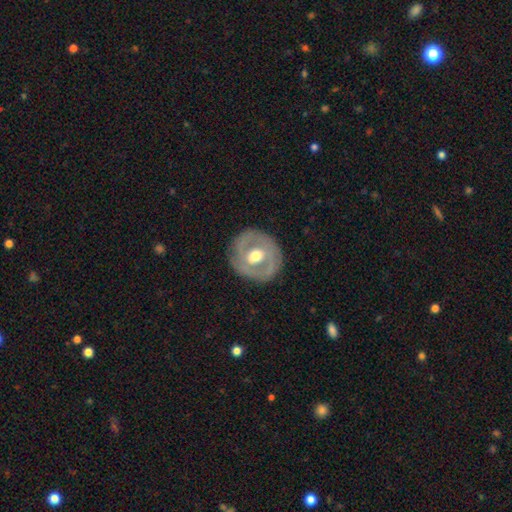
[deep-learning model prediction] Smooth or featured?
  - featured or disk: 67% *
  - smooth: 28%
  - star or artifact: 5%
Edge-on disk?
  - no: 96% *
  - yes: 4%
Bar?
  - no: 52% *
  - weak: 34%
  - strong: 13%
Spiral arms?
  - no: 55% *
  - yes: 45%
Bulge size?
  - moderate: 76% *
  - large: 14%
  - small: 8%
  - dominant: 1%
  - none: 1%
Merging?
  - none: 82% *
  - minor disturbance: 12%
  - major disturbance: 5%
  - merger: 1%